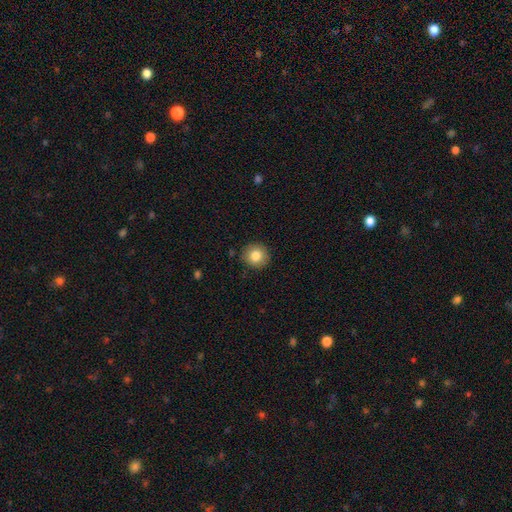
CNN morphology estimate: This is clearly a smooth galaxy (83%). How rounded: clearly round (91%). Merging: clearly none (90%).